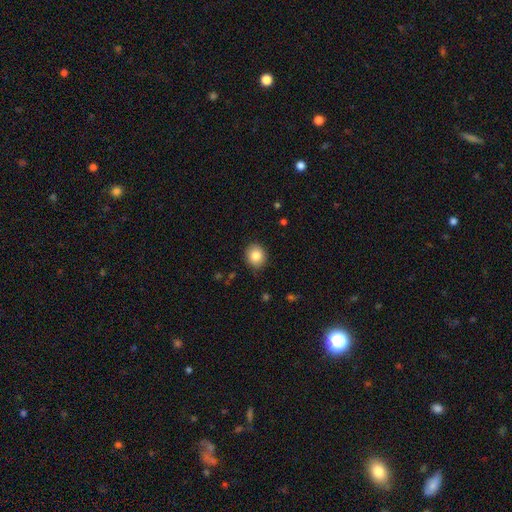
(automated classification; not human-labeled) The model was most divided on "how rounded": round: 76%, in between: 23%, cigar-shaped: 1%. More confident: merging — none (88%); smooth or featured — smooth (84%).